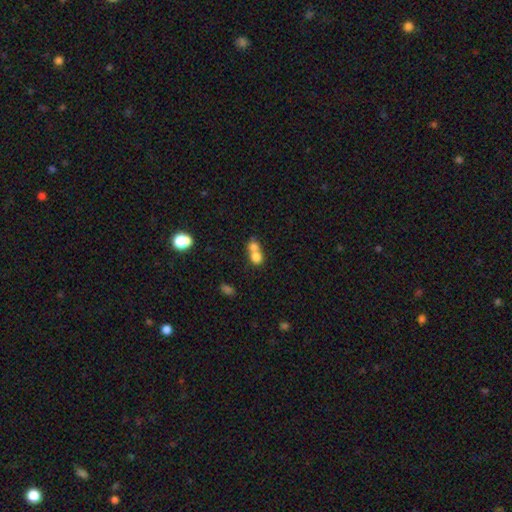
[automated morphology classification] The model was most divided on "how rounded": round: 67%, in between: 31%, cigar-shaped: 2%. More confident: smooth or featured — smooth (74%); merging — merger (69%).